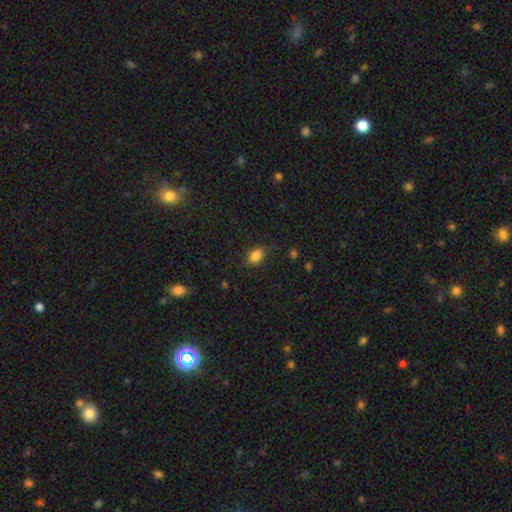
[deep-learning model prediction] Smooth or featured? Predicted: smooth (p=0.85). How rounded? Predicted: in between (p=0.81). Merging? Predicted: none (p=0.74).